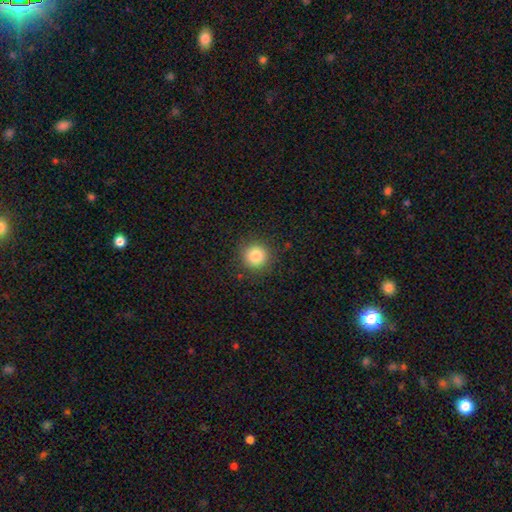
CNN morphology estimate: A smooth galaxy with no disk features (84%) that is round (94%). Merging: none (90%).